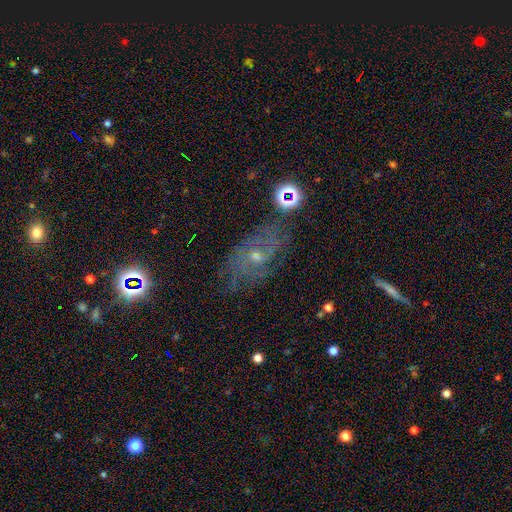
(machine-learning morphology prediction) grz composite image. It shows a featured or disk galaxy (61%) with no bar (70%), spiral arms (84%) and a small central bulge (64%). Merging: none (73%).